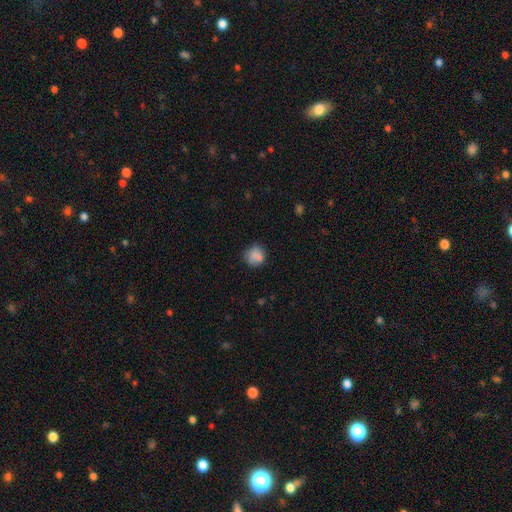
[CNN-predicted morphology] A smooth galaxy with no disk features (80%) that is round (80%). Merging: none (62%).